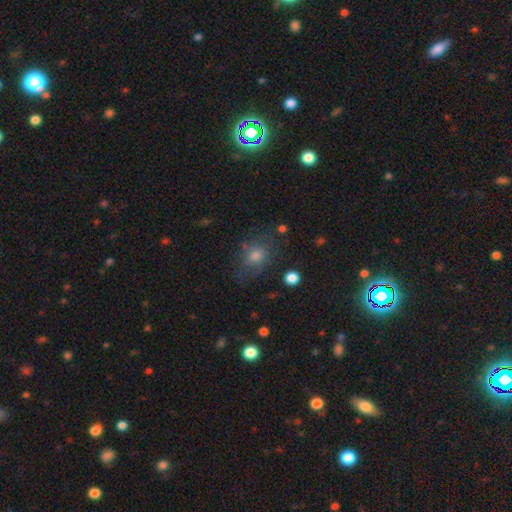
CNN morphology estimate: Overall: smooth (66%). How rounded: in between (50%; round 47%). Merging: none (68%).